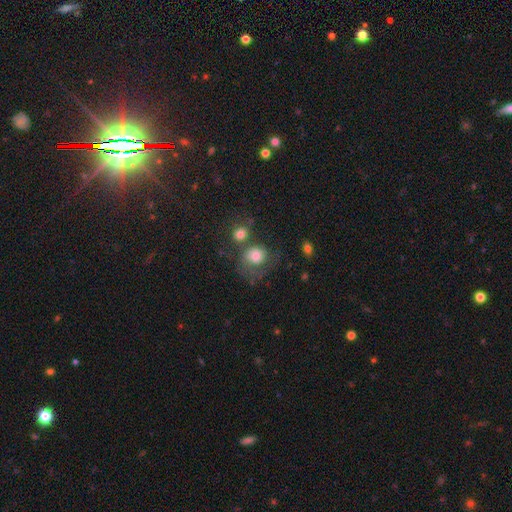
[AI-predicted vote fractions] This appears to be a smooth galaxy with no disk features (67%) that is round (70%). Merging: none (32%).